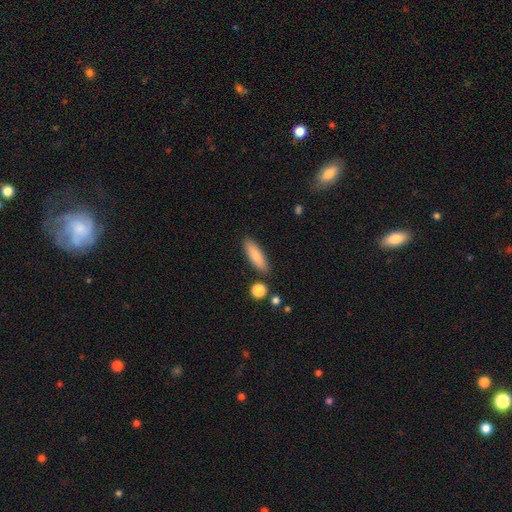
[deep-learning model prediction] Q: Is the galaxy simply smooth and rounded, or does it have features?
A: smooth — 84%.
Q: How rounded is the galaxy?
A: in between — 49%, tied with cigar-shaped.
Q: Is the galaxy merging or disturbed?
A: none — 85%.